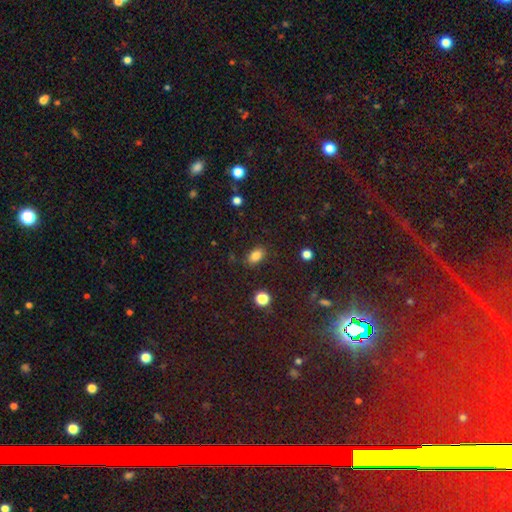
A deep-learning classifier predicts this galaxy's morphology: A smooth galaxy with no disk features (83%) that is in between round and cigar-shaped (85%). Merging: none (83%).